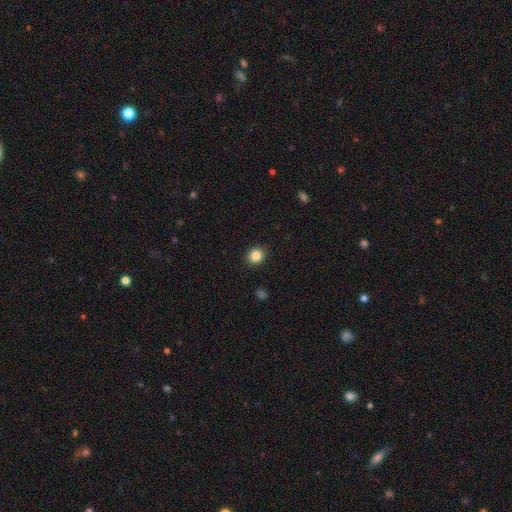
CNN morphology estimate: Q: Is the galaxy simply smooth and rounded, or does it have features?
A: smooth — 85%.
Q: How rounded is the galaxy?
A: round — 78%.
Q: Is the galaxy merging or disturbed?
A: none — 91%.